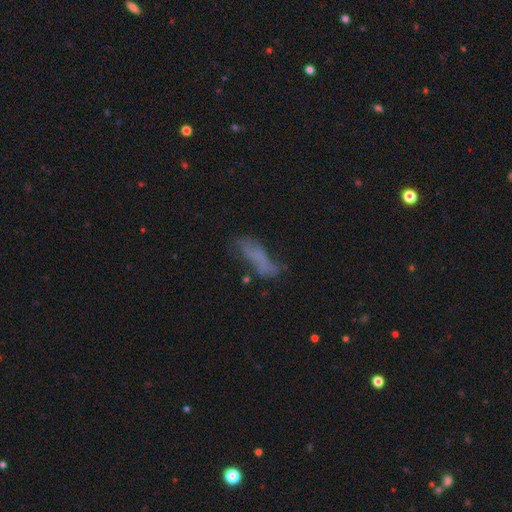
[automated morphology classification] A smooth galaxy with no disk features (54%) that is in between round and cigar-shaped (52%).

Vote fractions:
- Smooth or featured? smooth: 54% / featured or disk: 29% / star or artifact: 16%
- How rounded? in between: 52% / cigar-shaped: 45% / round: 3%
- Merging? none: 44% / minor disturbance: 26% / major disturbance: 23% / merger: 7%